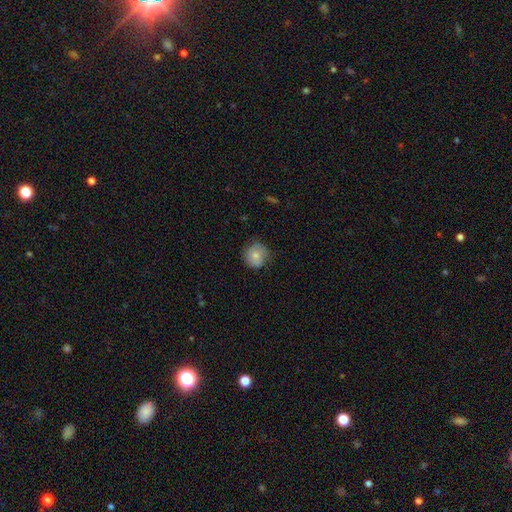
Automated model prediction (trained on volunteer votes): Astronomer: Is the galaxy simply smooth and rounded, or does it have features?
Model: smooth — 71%.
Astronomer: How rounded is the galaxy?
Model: round — 87%.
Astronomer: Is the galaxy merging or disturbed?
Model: none — 72%.